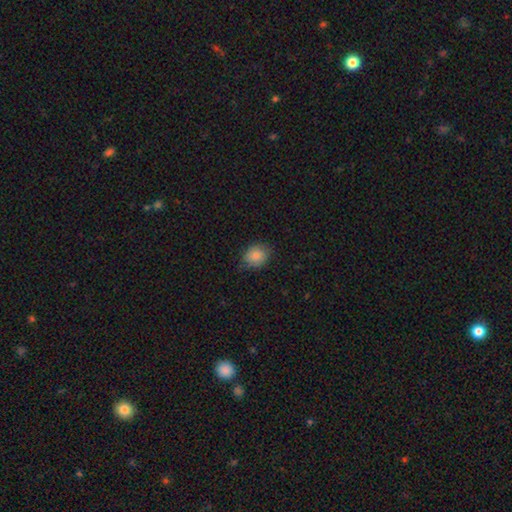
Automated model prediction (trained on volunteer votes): smooth_or_featured: smooth (p=0.86) [alt: star or artifact p=0.08]
how_rounded: round (p=0.51) [alt: in between p=0.48]
merging: none (p=0.74) [alt: minor disturbance p=0.21]